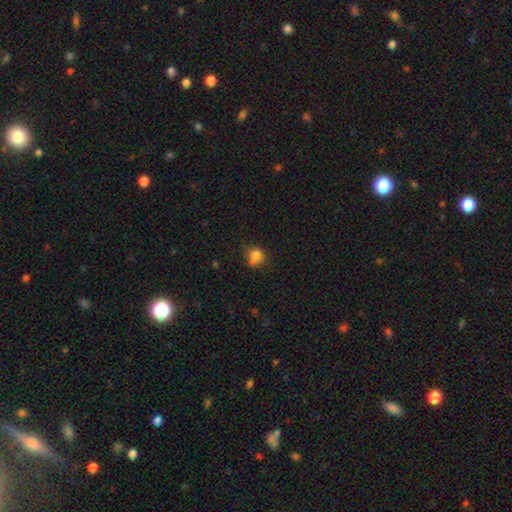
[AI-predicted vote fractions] A smooth galaxy with no disk features (79%) that is round (75%). Merging: none (49%).